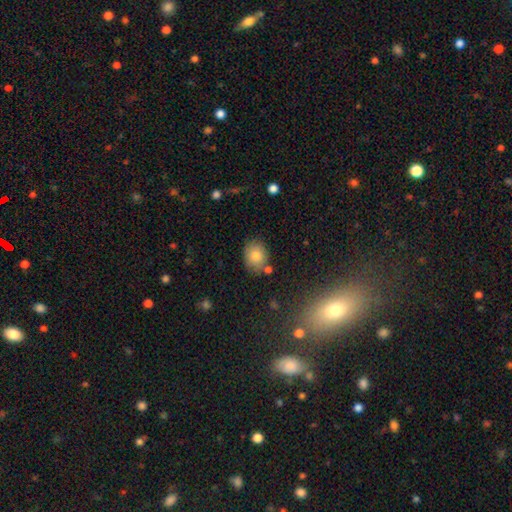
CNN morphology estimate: This appears to be a smooth galaxy with no disk features (80%) that is round (55%). Merging: none (78%).